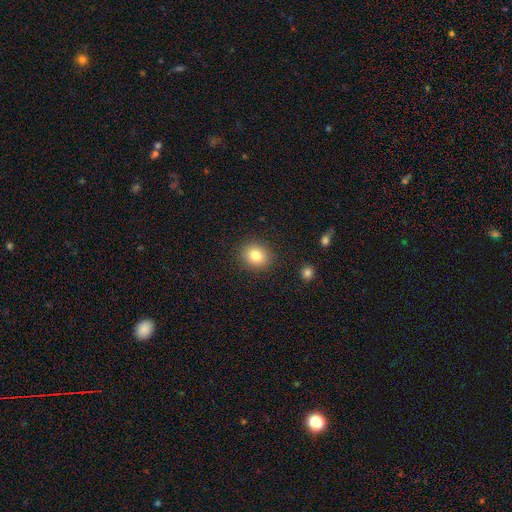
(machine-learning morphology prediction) This is clearly a smooth galaxy (82%). How rounded: likely round (74%). Merging: clearly none (89%).